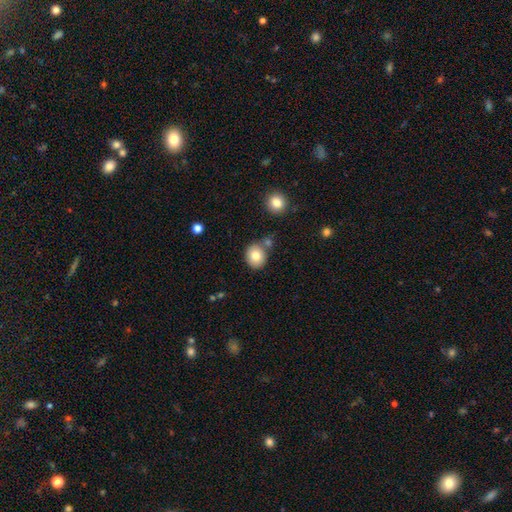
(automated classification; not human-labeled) smooth 79%, featured or disk 11%, star or artifact 10%. Down the decision tree: how rounded — round (78%); merging — none (71%).